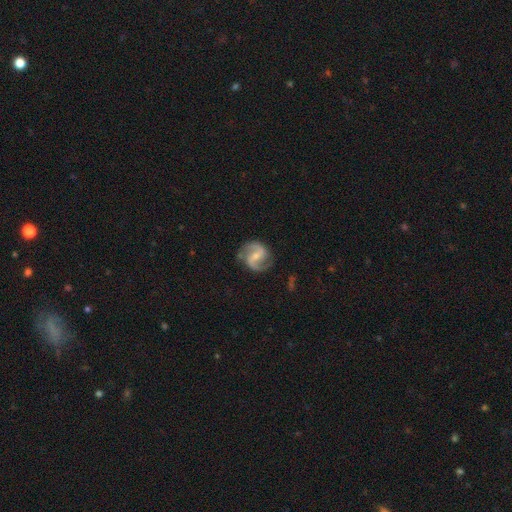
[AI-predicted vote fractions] smooth_or_featured: featured or disk (p=0.89) [alt: smooth p=0.06]
disk_edge_on: no (p=0.98) [alt: yes p=0.02]
bar: weak (p=0.49) [alt: no p=0.27]
has_spiral_arms: yes (p=0.97) [alt: no p=0.03]
spiral_winding: medium (p=0.56) [alt: loose p=0.28]
spiral_arm_count: 2 (p=0.93) [alt: can't tell p=0.02]
bulge_size: small (p=0.55) [alt: moderate p=0.37]
merging: none (p=0.80) [alt: minor disturbance p=0.14]